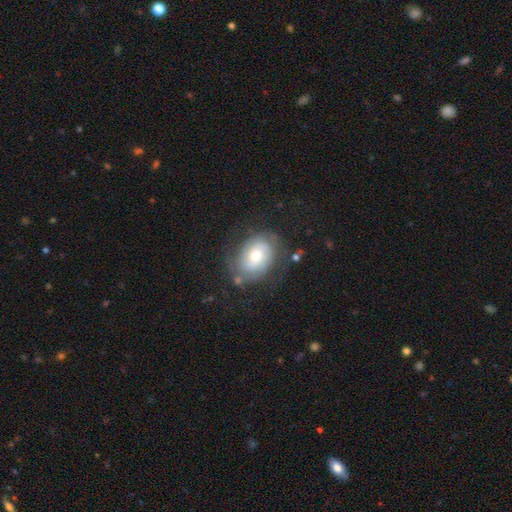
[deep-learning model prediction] This is likely a featured or disk galaxy (60%). It is clearly not viewed edge-on (96%). Bar: likely no (64%). Spiral arm pattern: likely yes (80%). Central bulge: likely moderate (63%). Merging: likely none (68%).